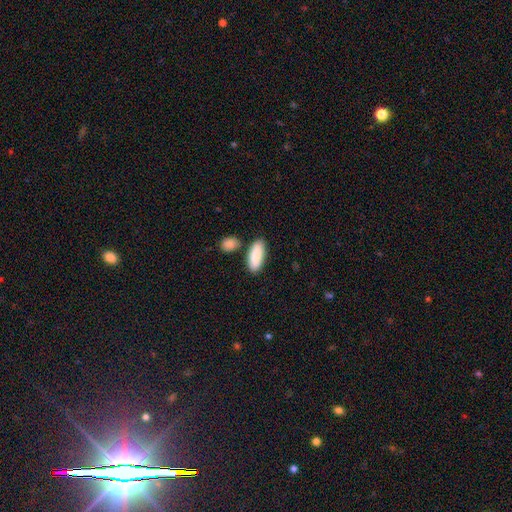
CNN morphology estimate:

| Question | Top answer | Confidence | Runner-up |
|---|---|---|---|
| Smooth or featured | smooth | 90% | star or artifact (5%) |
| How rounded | in between | 82% | cigar-shaped (16%) |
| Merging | none | 76% | minor disturbance (11%) |